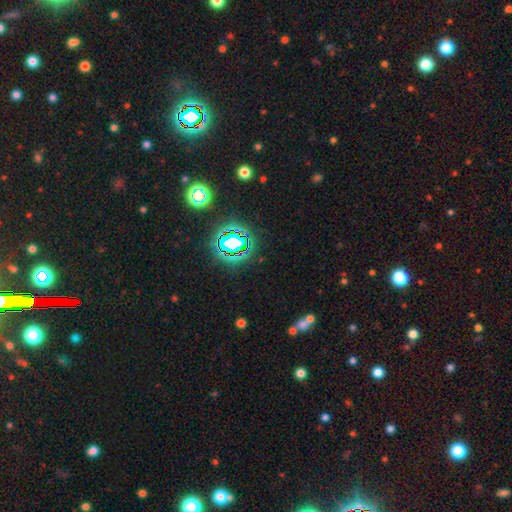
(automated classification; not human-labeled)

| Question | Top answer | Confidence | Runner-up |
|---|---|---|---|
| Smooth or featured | star or artifact | 74% | smooth (17%) |